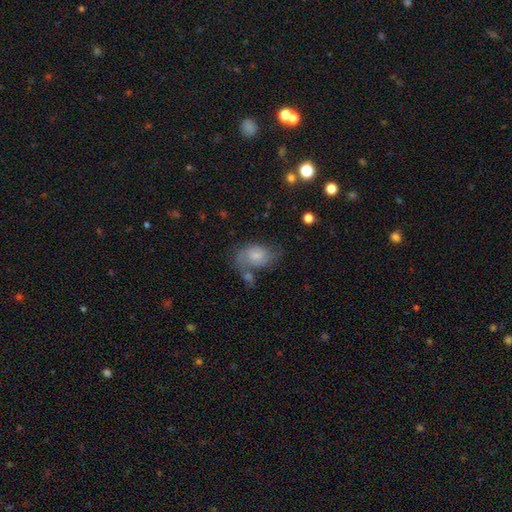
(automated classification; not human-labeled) This is possibly a smooth galaxy (52%). How rounded: clearly in between (81%). Merging: marginally none (35%).